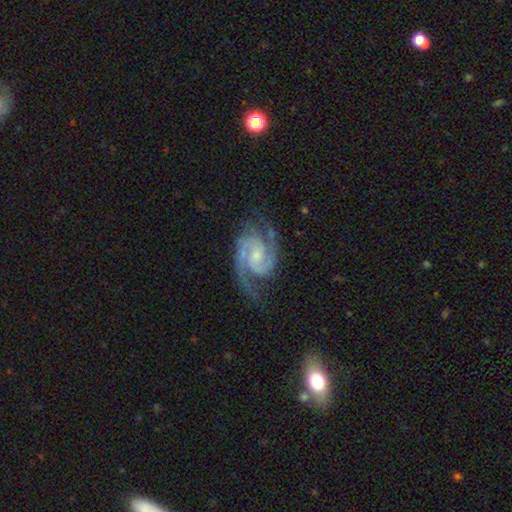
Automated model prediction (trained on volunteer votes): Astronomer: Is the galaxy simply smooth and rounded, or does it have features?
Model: featured or disk — 93%.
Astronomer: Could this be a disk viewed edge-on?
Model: no — 98%.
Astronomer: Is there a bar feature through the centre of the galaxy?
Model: no — 53% (runner-up: weak, 37%).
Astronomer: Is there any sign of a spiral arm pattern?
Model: yes — 99%.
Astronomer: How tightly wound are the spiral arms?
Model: medium — 54% (runner-up: tight, 37%).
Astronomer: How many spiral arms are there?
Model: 2 — 87%.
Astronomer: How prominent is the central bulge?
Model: small — 58%.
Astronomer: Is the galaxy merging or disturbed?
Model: none — 74%.